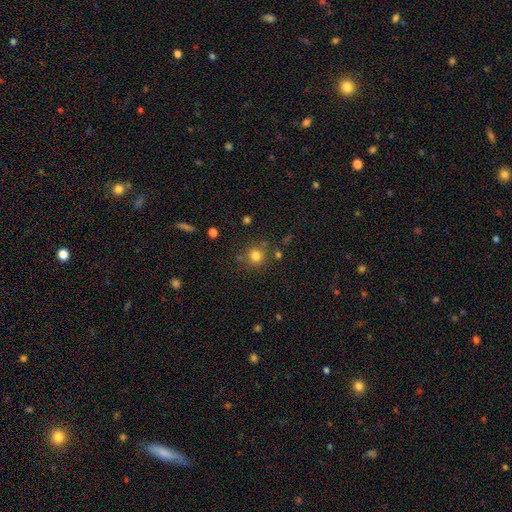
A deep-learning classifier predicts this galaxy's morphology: A smooth galaxy with no disk features (79%) that is round (90%).

Vote fractions:
- Smooth or featured? smooth: 79% / star or artifact: 14% / featured or disk: 7%
- How rounded? round: 90% / in between: 9% / cigar-shaped: 1%
- Merging? none: 79% / minor disturbance: 10% / merger: 7% / major disturbance: 4%